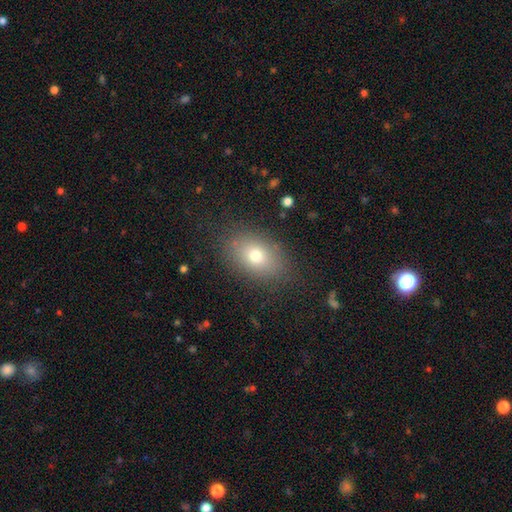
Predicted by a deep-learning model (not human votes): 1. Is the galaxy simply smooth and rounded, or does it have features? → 75% smooth, 14% featured or disk, 11% star or artifact.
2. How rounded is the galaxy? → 80% in between, 18% round, 2% cigar-shaped.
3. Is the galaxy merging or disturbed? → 84% none, 11% minor disturbance, 4% major disturbance, 1% merger.